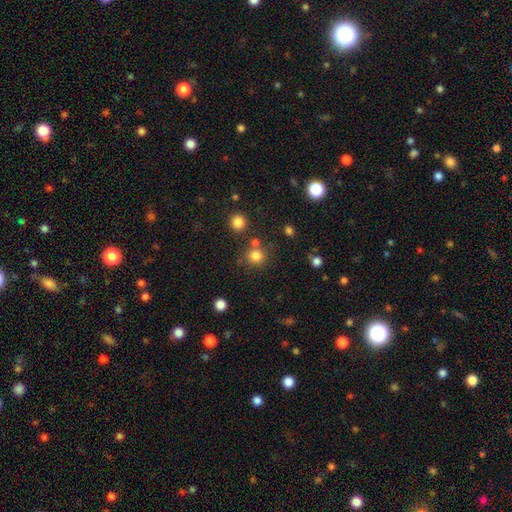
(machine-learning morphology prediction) smooth_or_featured: smooth (p=0.80) [alt: star or artifact p=0.14]
how_rounded: round (p=0.89) [alt: in between p=0.10]
merging: none (p=0.73) [alt: merger p=0.14]